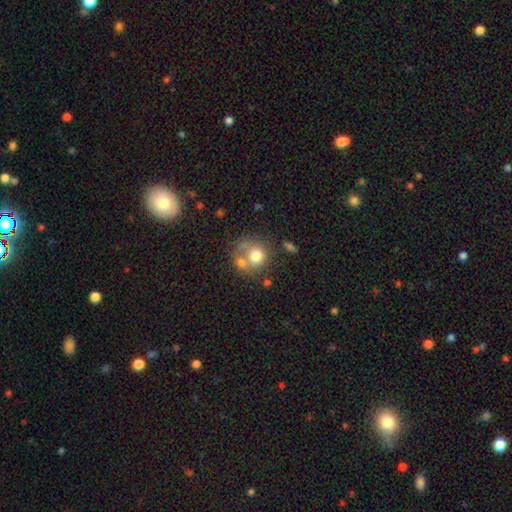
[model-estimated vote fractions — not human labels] Q: Smooth or featured?
A: smooth (71%); runner-up: featured or disk (19%)
Q: How rounded?
A: round (78%); runner-up: in between (21%)
Q: Merging?
A: none (41%); runner-up: merger (38%)